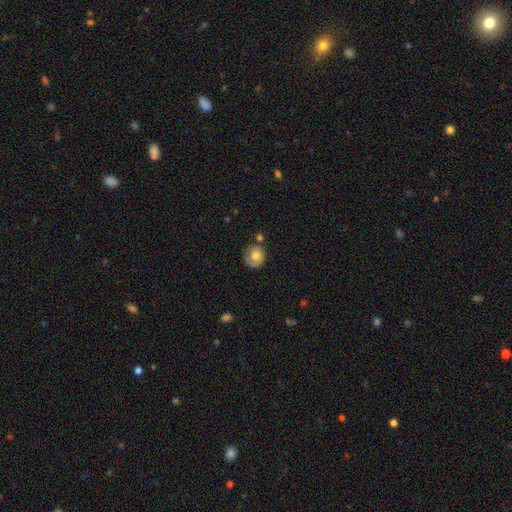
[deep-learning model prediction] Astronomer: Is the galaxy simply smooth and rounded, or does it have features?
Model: smooth — 63%.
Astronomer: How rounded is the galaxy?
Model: round — 80%.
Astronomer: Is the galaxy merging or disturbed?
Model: none — 64%.